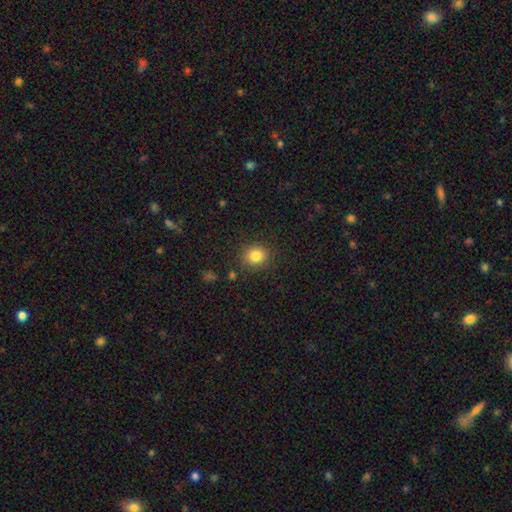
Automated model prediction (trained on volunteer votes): Smooth or featured?
  - smooth: 83% *
  - star or artifact: 11%
  - featured or disk: 6%
How rounded?
  - round: 86% *
  - in between: 13%
  - cigar-shaped: 1%
Merging?
  - none: 86% *
  - minor disturbance: 9%
  - major disturbance: 3%
  - merger: 2%